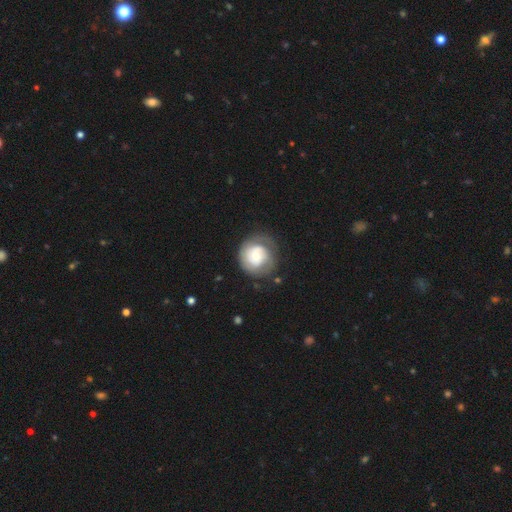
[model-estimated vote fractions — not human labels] Overall: featured or disk (57%; smooth 37%). Edge-on disk: no (98%). Bar: no (71%). Spiral arms: yes (80%). Bulge size: small (44%; moderate 36%). Merging: none (62%).